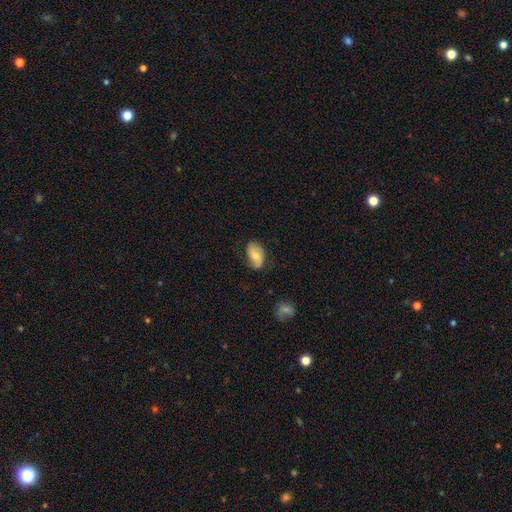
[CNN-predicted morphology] Smooth or featured? Predicted: smooth (p=0.59). How rounded? Predicted: in between (p=0.92). Merging? Predicted: none (p=0.66).